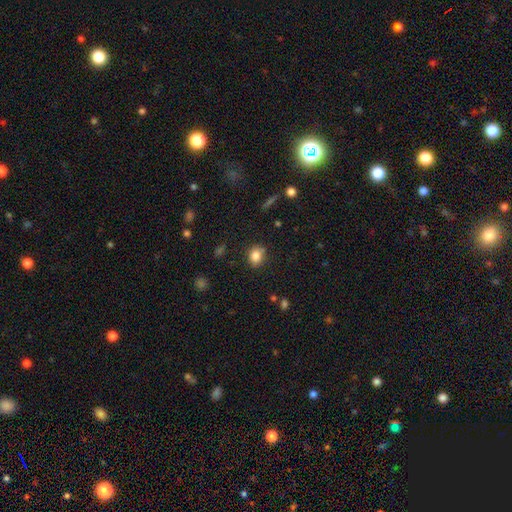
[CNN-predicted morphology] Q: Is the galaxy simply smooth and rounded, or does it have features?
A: smooth — 83%.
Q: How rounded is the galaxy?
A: round — 53%.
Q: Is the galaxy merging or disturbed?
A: none — 80%.